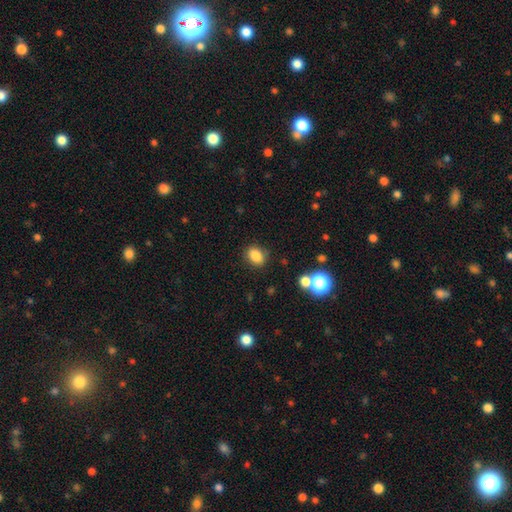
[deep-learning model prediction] A smooth galaxy with no disk features (83%) that is in between round and cigar-shaped (60%). Merging: none (84%).